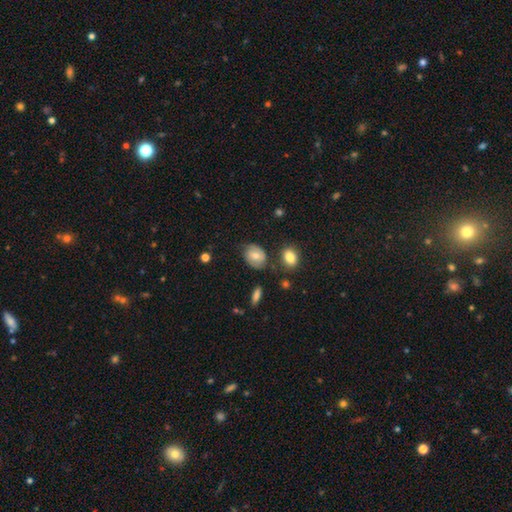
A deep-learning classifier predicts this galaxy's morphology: smooth-or-featured: smooth: 59% | featured or disk: 32% | star or artifact: 9%
  how-rounded: in between: 58% | round: 41% | cigar-shaped: 1%
  merging: none: 71% | minor disturbance: 19% | major disturbance: 5% | merger: 4%